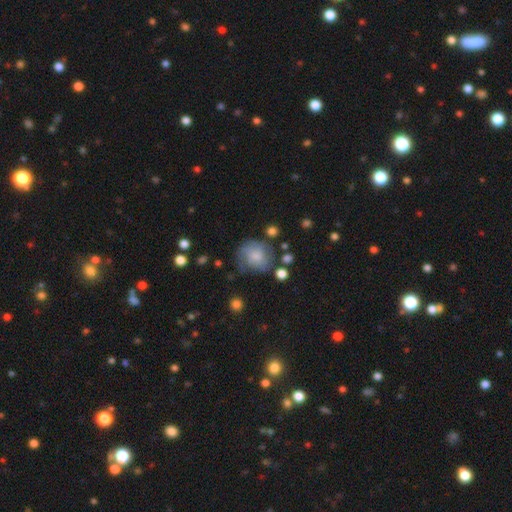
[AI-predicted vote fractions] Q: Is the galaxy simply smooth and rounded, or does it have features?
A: smooth — 66%.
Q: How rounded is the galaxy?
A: round — 77%.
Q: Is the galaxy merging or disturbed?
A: none — 55%.